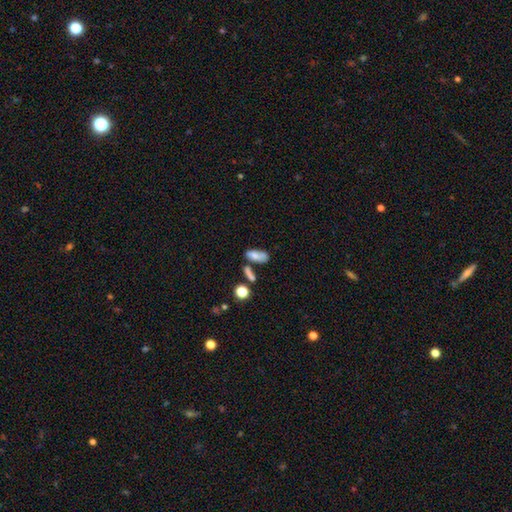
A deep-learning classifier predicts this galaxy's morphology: type=smooth (69%); roundness=in between (81%); merging=none (42%).